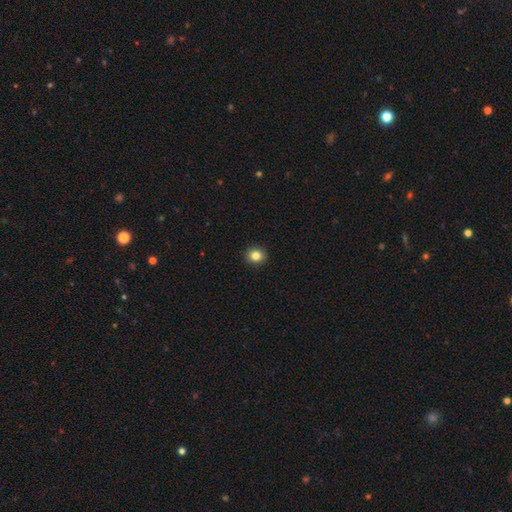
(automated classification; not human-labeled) Smooth or featured: smooth — 83% (star or artifact — 10%)
How rounded: round — 83% (in between — 16%)
Merging: none — 92% (minor disturbance — 5%)